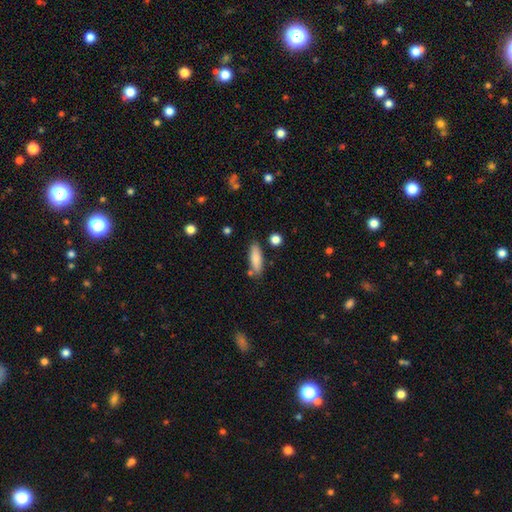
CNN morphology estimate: Smooth or featured?
  - smooth: 82% *
  - featured or disk: 12%
  - star or artifact: 7%
How rounded?
  - in between: 50% *
  - cigar-shaped: 48%
  - round: 2%
Merging?
  - none: 80% *
  - minor disturbance: 12%
  - merger: 5%
  - major disturbance: 3%